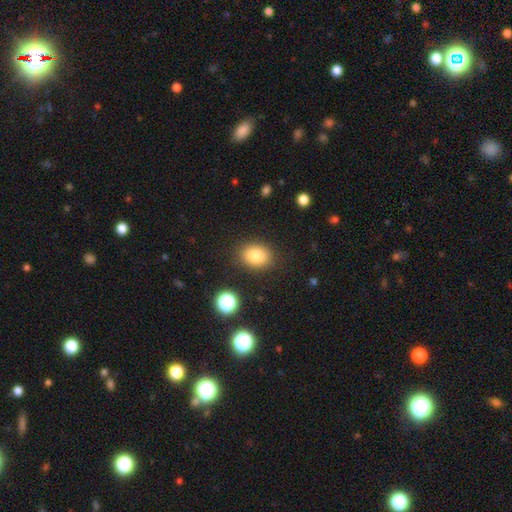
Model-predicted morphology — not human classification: smooth_or_featured: smooth (p=0.82) [alt: star or artifact p=0.11]
how_rounded: in between (p=0.58) [alt: round p=0.41]
merging: none (p=0.86) [alt: minor disturbance p=0.09]